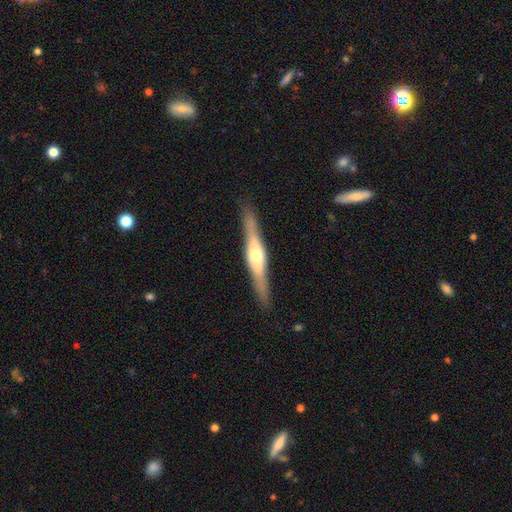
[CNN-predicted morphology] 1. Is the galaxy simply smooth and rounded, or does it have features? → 72% featured or disk, 23% smooth, 5% star or artifact.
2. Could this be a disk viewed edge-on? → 97% yes, 3% no.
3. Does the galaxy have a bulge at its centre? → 86% rounded, 10% boxy, 4% none.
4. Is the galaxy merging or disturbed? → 89% none, 8% minor disturbance, 2% major disturbance, 1% merger.